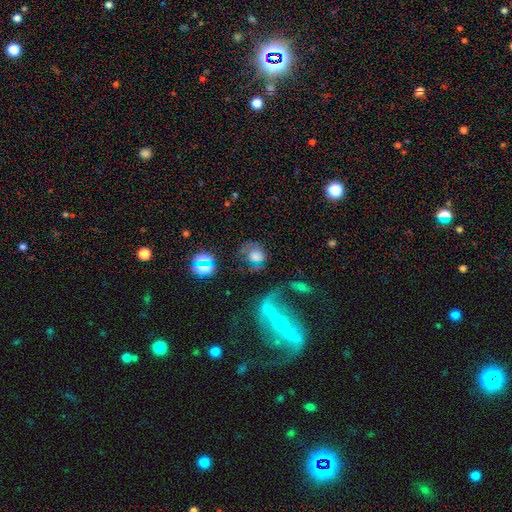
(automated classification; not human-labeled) Smooth or featured? smooth (50%)
How rounded? round (63%)
Merging? none (41%)